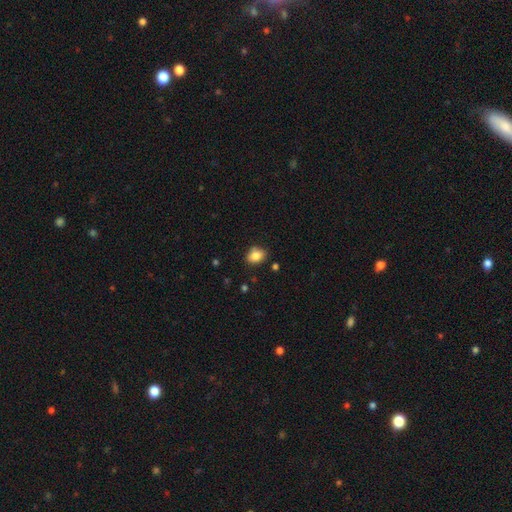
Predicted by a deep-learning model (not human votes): Smooth or featured? Predicted: smooth (p=0.84). How rounded? Predicted: in between (p=0.56). Merging? Predicted: none (p=0.79).